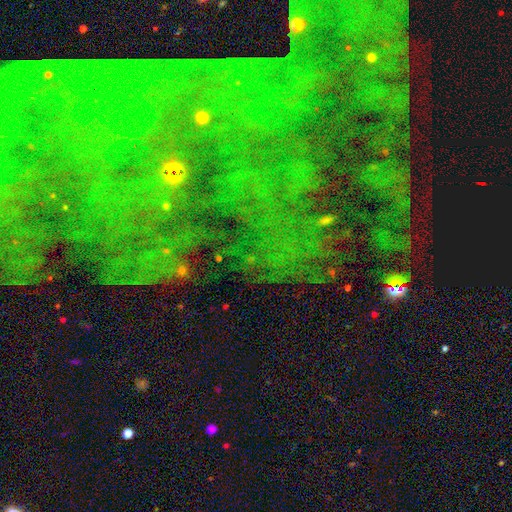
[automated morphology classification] A star or artifact, not a galaxy (74%).

Vote fractions:
- Smooth or featured? star or artifact: 74% / featured or disk: 15% / smooth: 11%